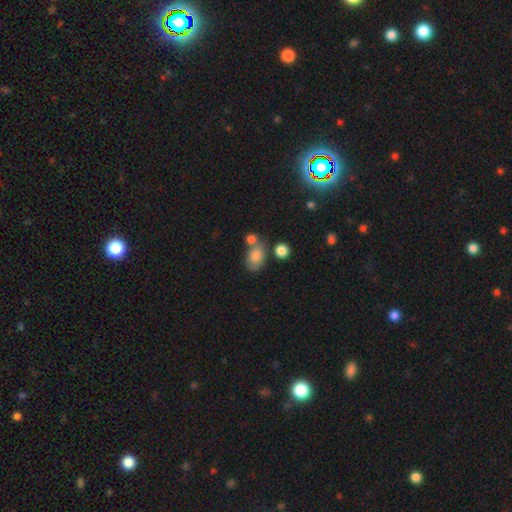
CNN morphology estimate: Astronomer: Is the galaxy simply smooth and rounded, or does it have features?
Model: smooth — 80%.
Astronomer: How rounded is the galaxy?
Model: in between — 80%.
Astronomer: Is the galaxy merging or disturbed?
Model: none — 51% (runner-up: merger, 27%).